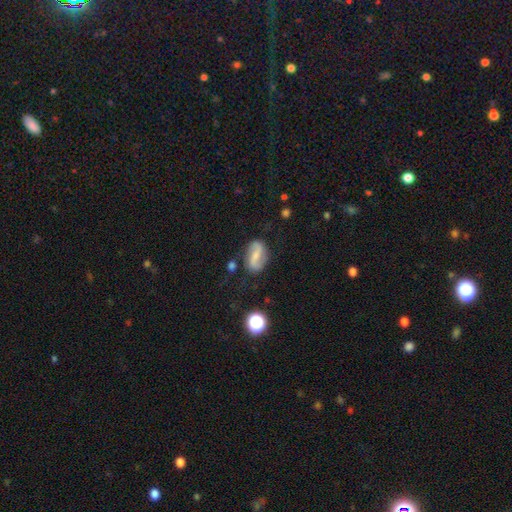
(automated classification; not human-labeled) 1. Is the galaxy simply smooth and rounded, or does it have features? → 66% featured or disk, 27% smooth, 8% star or artifact.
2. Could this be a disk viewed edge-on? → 96% no, 4% yes.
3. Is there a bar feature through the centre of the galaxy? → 43% strong, 35% weak, 21% no.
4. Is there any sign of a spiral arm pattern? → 87% yes, 13% no.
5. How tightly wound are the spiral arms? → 56% loose, 30% medium, 13% tight.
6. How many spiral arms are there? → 90% 2, 5% can't tell, 2% 1, 1% 3, 1% 4, 1% more than 4.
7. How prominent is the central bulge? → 50% small, 32% moderate, 14% none, 3% large, 1% dominant.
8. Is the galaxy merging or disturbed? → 78% none, 15% minor disturbance, 5% major disturbance, 3% merger.